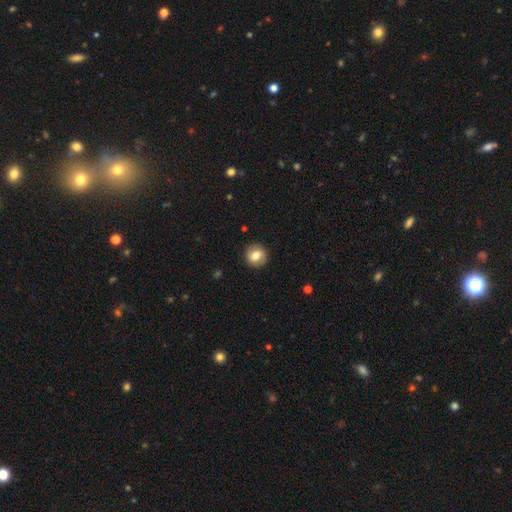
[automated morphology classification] This is likely a smooth galaxy (70%). How rounded: clearly round (87%). Merging: clearly none (88%).